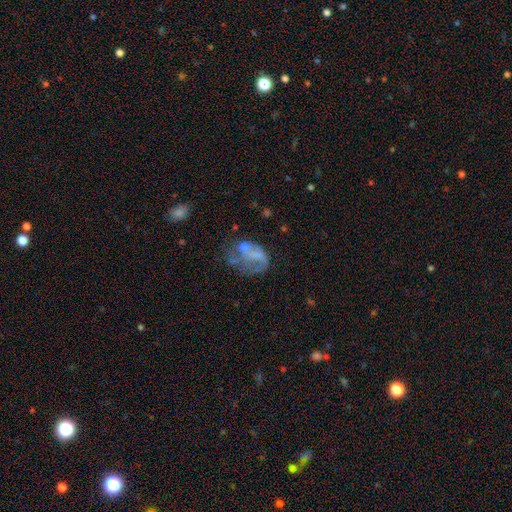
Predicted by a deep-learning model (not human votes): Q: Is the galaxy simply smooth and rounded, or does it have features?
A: featured or disk — 48%.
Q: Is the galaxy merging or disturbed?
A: major disturbance — 38%.